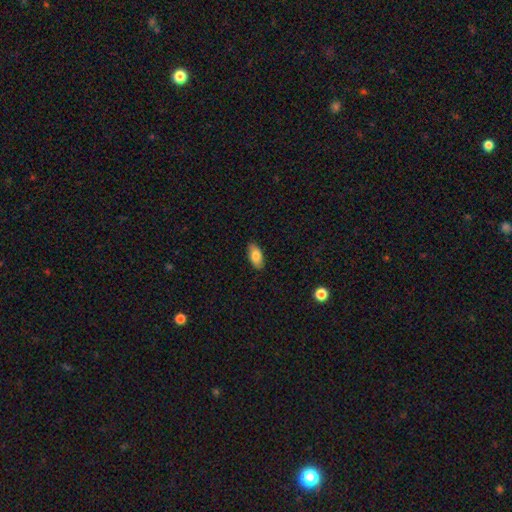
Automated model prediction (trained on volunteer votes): smooth_or_featured: smooth (p=0.82) [alt: featured or disk p=0.12]
how_rounded: in between (p=0.90) [alt: cigar-shaped p=0.07]
merging: none (p=0.87) [alt: minor disturbance p=0.10]